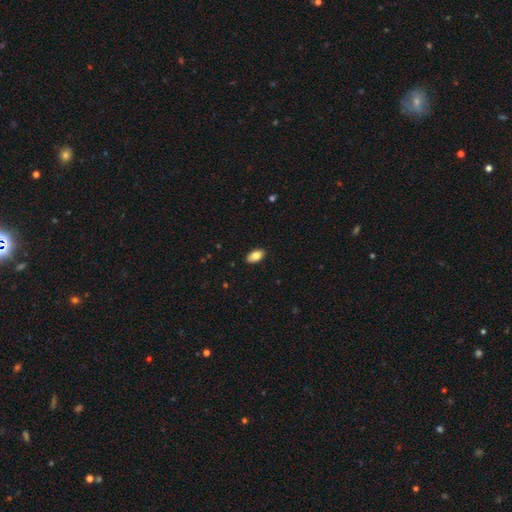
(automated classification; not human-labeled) The model was most divided on "smooth or featured": smooth: 84%, featured or disk: 9%, star or artifact: 7%. More confident: how rounded — in between (93%); merging — none (89%).